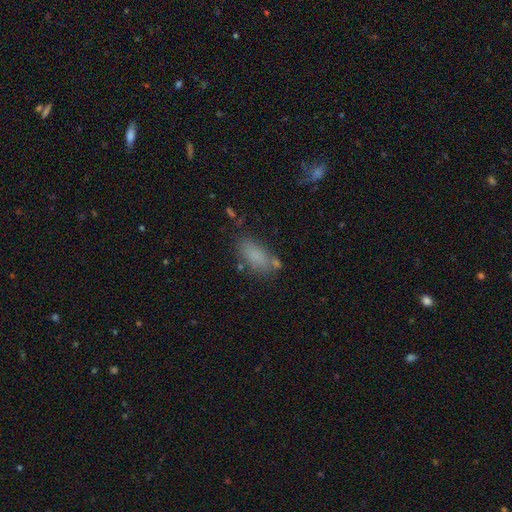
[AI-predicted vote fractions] Smooth or featured?
  - smooth: 79% *
  - star or artifact: 11%
  - featured or disk: 10%
How rounded?
  - in between: 85% *
  - cigar-shaped: 12%
  - round: 3%
Merging?
  - none: 64% *
  - minor disturbance: 19%
  - merger: 10%
  - major disturbance: 8%